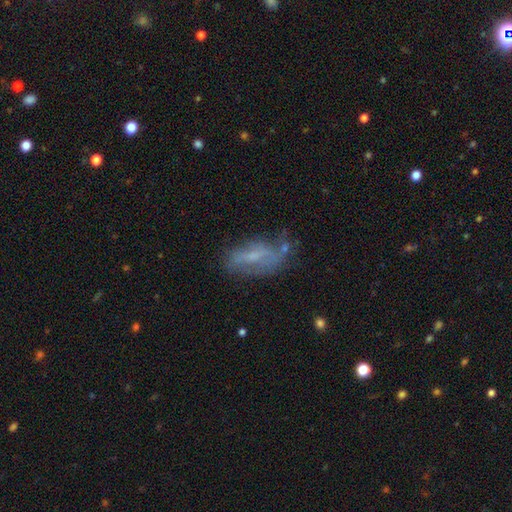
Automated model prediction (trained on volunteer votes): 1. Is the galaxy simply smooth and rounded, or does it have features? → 47% featured or disk, 42% smooth, 11% star or artifact.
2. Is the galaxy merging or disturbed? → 49% none, 28% minor disturbance, 17% major disturbance, 6% merger.